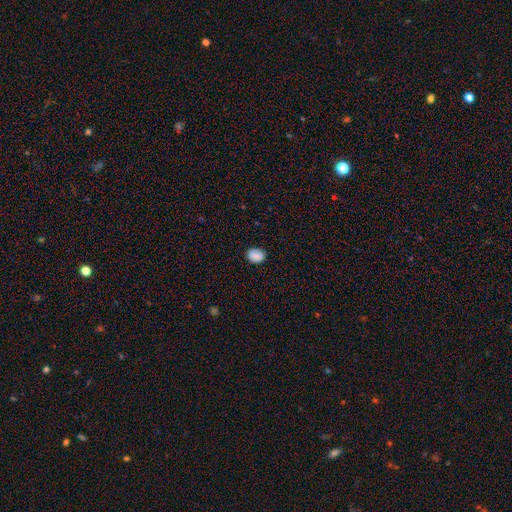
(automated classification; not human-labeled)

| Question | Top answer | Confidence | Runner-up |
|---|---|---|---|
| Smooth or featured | smooth | 85% | star or artifact (10%) |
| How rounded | in between | 54% | round (45%) |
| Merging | none | 82% | minor disturbance (14%) |